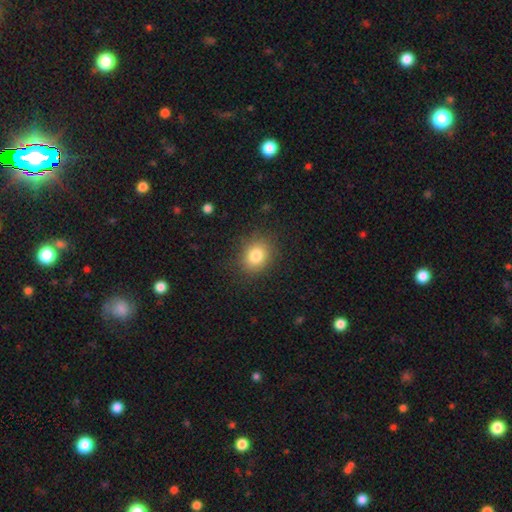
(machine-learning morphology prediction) A smooth galaxy with no disk features (82%) that is round (59%).

Vote fractions:
- Smooth or featured? smooth: 82% / star or artifact: 11% / featured or disk: 8%
- How rounded? round: 59% / in between: 41% / cigar-shaped: 1%
- Merging? none: 85% / minor disturbance: 10% / major disturbance: 4% / merger: 1%